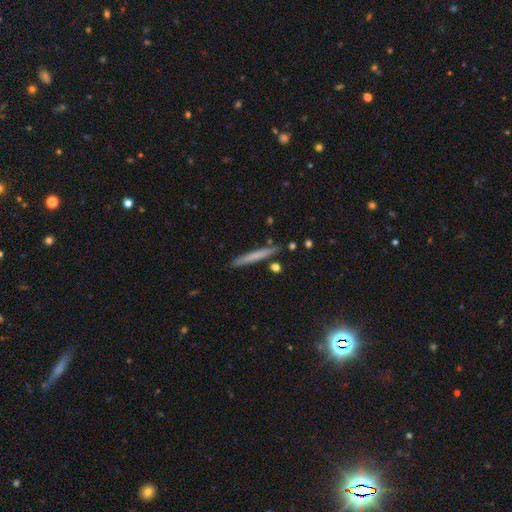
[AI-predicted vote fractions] smooth-or-featured: smooth: 63% | featured or disk: 31% | star or artifact: 6%
  how-rounded: cigar-shaped: 96% | in between: 2% | round: 1%
  merging: none: 88% | minor disturbance: 8% | merger: 2% | major disturbance: 2%